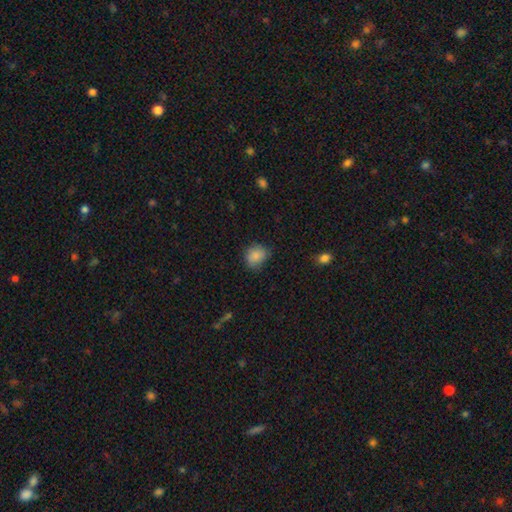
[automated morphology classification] type=smooth (86%); roundness=round (66%); merging=none (73%).